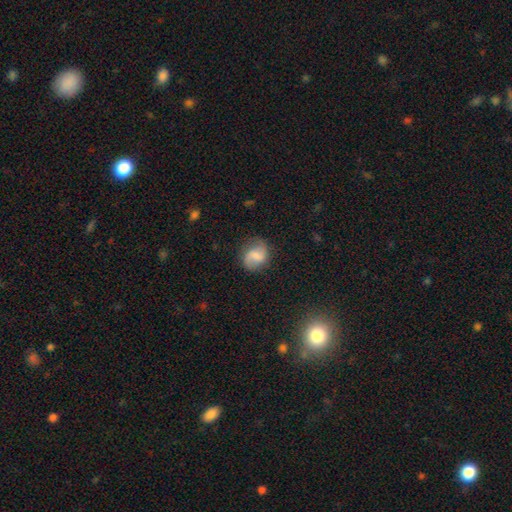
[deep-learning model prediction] A featured or disk galaxy (46%).

Vote fractions:
- Smooth or featured? featured or disk: 46% / smooth: 45% / star or artifact: 8%
- Merging? none: 74% / minor disturbance: 18% / major disturbance: 6% / merger: 1%